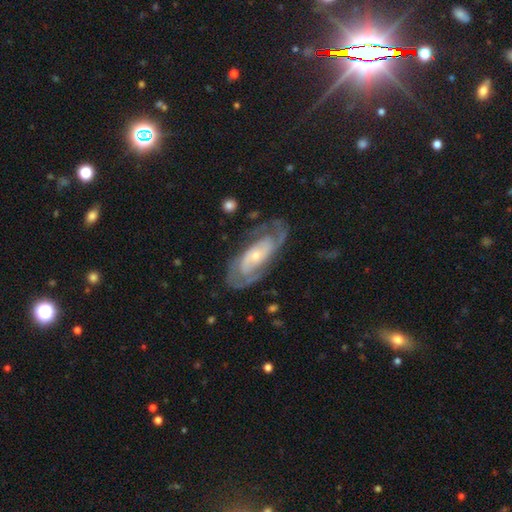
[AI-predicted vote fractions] Q: Smooth or featured?
A: featured or disk (83%); runner-up: smooth (12%)
Q: Edge-on disk?
A: no (93%); runner-up: yes (7%)
Q: Bar?
A: no (64%); runner-up: weak (25%)
Q: Spiral arms?
A: yes (91%); runner-up: no (9%)
Q: Spiral winding?
A: tight (52%); runner-up: medium (37%)
Q: Spiral arm count?
A: 2 (65%); runner-up: can't tell (20%)
Q: Bulge size?
A: small (66%); runner-up: moderate (29%)
Q: Merging?
A: none (70%); runner-up: minor disturbance (18%)